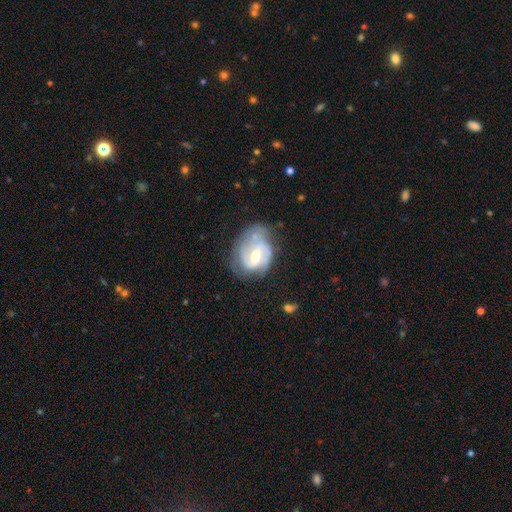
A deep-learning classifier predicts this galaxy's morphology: type=featured or disk (80%); edge-on=no (98%); bar=weak (54%); spiral arms=yes (93%); winding=medium (46%); arm count=2 (57%); bulge=moderate (53%); merging=none (55%).